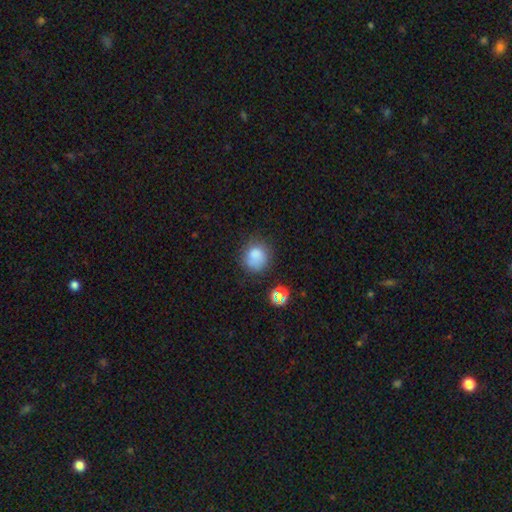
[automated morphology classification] Overall: smooth (79%). How rounded: round (80%). Merging: none (66%).